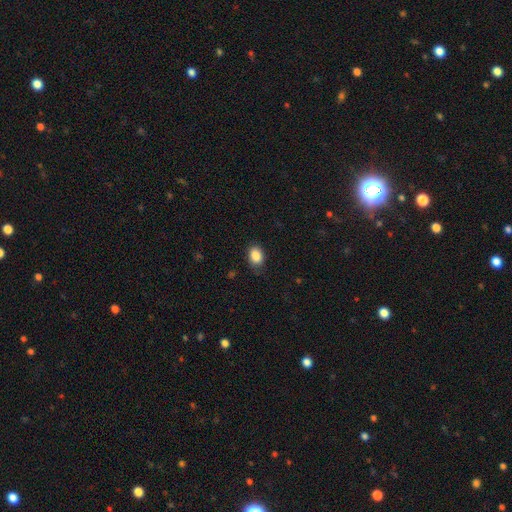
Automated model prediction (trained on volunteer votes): A smooth galaxy with no disk features (87%) that is in between round and cigar-shaped (74%). Merging: none (82%).